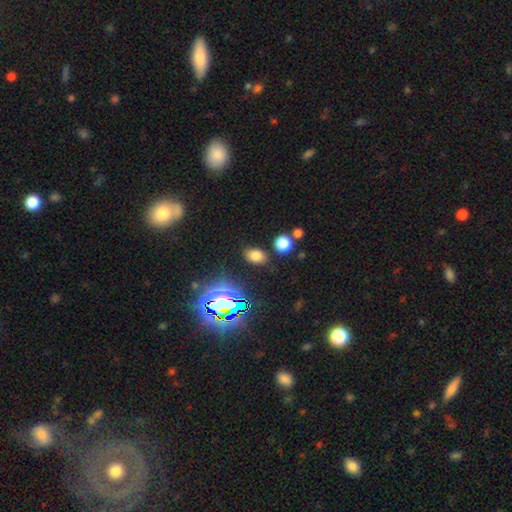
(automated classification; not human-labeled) smooth-or-featured: smooth: 70% | star or artifact: 22% | featured or disk: 8%
  how-rounded: in between: 79% | round: 19% | cigar-shaped: 2%
  merging: none: 83% | minor disturbance: 10% | merger: 4% | major disturbance: 3%